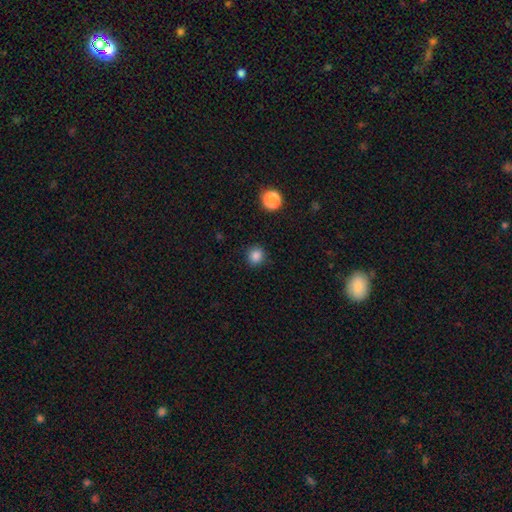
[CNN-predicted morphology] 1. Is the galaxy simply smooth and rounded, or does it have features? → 84% smooth, 12% star or artifact, 3% featured or disk.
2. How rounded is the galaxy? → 92% round, 7% in between, 1% cigar-shaped.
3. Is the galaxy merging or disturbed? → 91% none, 6% minor disturbance, 2% major disturbance, 1% merger.